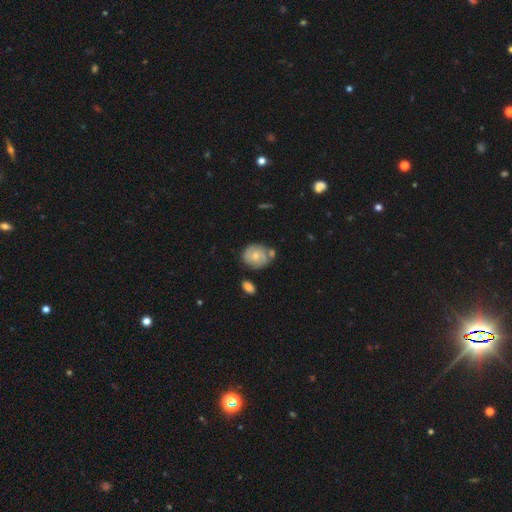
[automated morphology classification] type=featured or disk (47%); merging=none (54%).